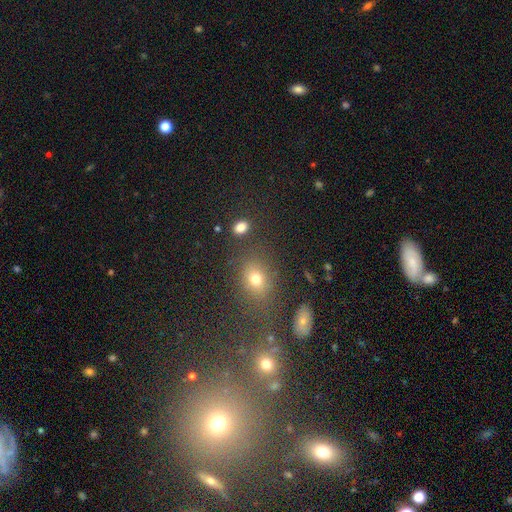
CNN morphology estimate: smooth-or-featured: smooth: 55% | star or artifact: 34% | featured or disk: 11%
  how-rounded: round: 52% | in between: 45% | cigar-shaped: 3%
  merging: none: 74% | minor disturbance: 11% | merger: 9% | major disturbance: 6%